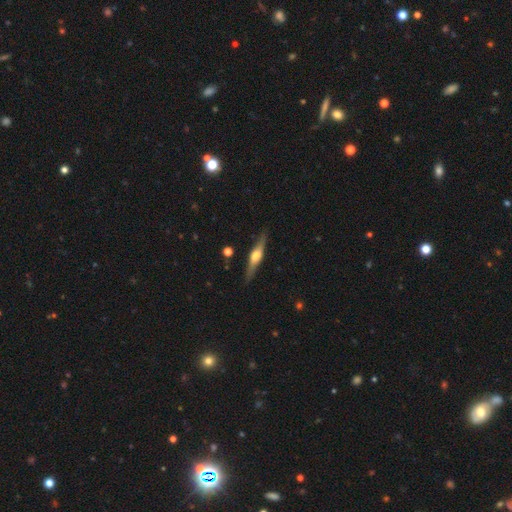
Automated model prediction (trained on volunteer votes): Overall: featured or disk (72%). Edge-on disk: yes (97%). Edge-on bulge: rounded (91%). Merging: none (87%).